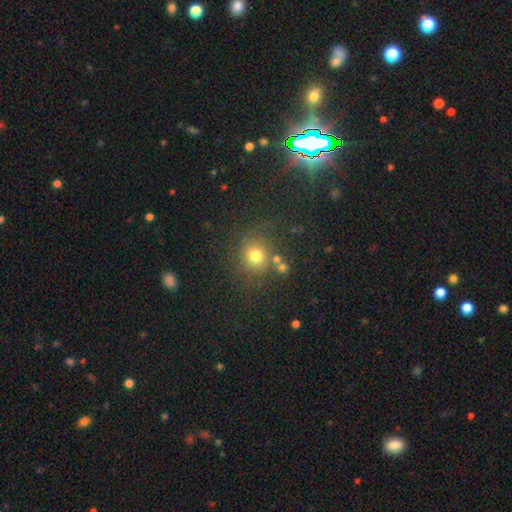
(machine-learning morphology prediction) The model was most divided on "smooth or featured": smooth: 74%, star or artifact: 18%, featured or disk: 8%. More confident: how rounded — round (84%); merging — none (73%).